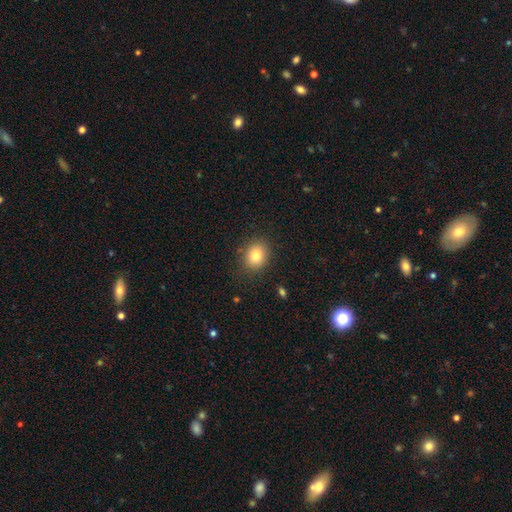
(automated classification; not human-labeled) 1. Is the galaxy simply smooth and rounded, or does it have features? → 81% smooth, 10% star or artifact, 8% featured or disk.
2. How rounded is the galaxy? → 57% round, 42% in between, 1% cigar-shaped.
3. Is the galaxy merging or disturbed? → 86% none, 10% minor disturbance, 3% major disturbance, 1% merger.